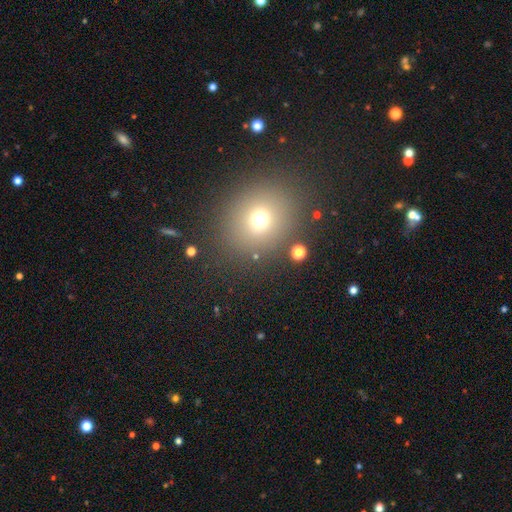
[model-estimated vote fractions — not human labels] The model was most divided on "smooth or featured": smooth: 67%, star or artifact: 23%, featured or disk: 10%. More confident: merging — none (85%); how rounded — round (74%).